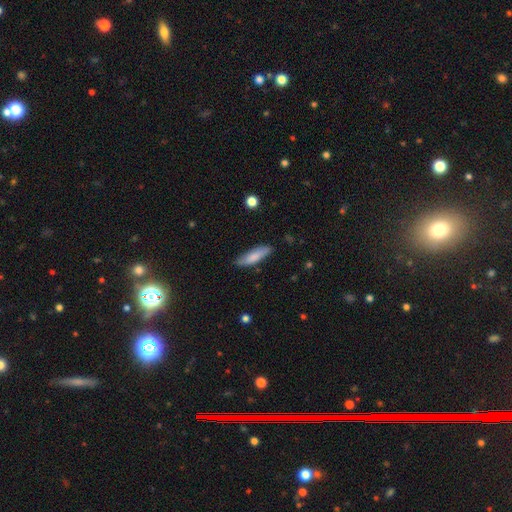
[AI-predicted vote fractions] The model was most divided on "how rounded": cigar-shaped: 63%, in between: 36%, round: 2%. More confident: merging — none (82%); smooth or featured — smooth (80%).